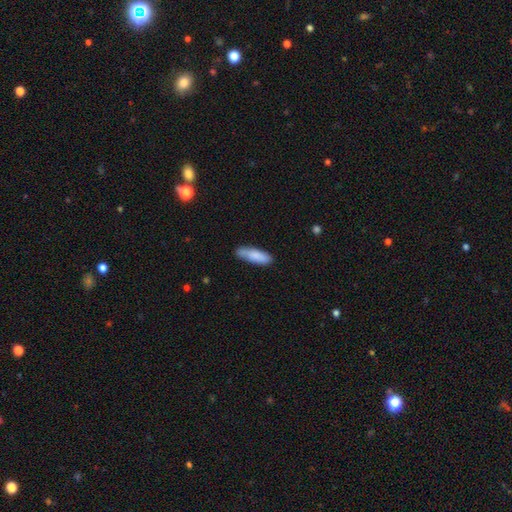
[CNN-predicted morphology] smooth 82%, featured or disk 12%, star or artifact 6%. Down the decision tree: how rounded — cigar-shaped (54%); merging — none (75%).